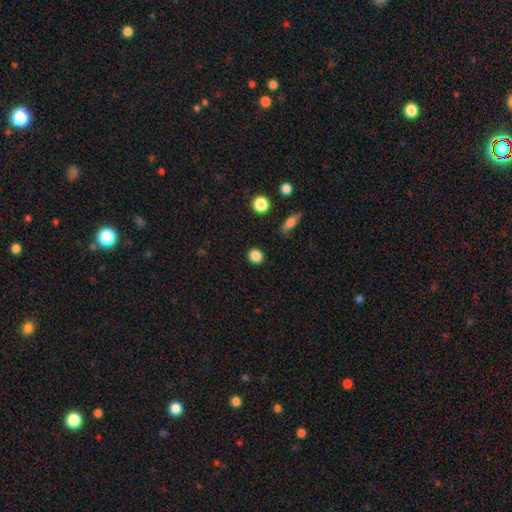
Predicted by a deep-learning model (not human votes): smooth-or-featured: smooth: 87% | star or artifact: 10% | featured or disk: 3%
  how-rounded: round: 86% | in between: 12% | cigar-shaped: 1%
  merging: none: 90% | minor disturbance: 6% | major disturbance: 2% | merger: 1%